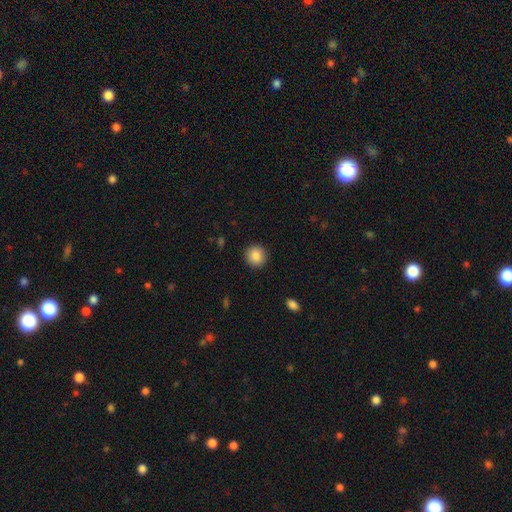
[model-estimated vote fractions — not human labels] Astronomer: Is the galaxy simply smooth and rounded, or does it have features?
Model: smooth — 87%.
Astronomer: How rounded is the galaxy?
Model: round — 91%.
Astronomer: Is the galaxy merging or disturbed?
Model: none — 92%.